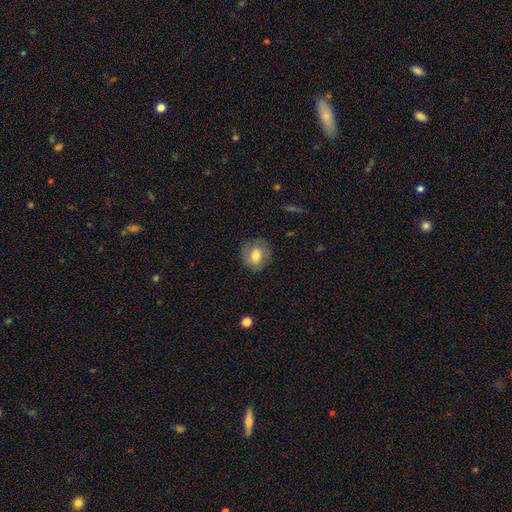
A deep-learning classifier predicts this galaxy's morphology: Overall: smooth (73%). How rounded: round (77%). Merging: none (82%).